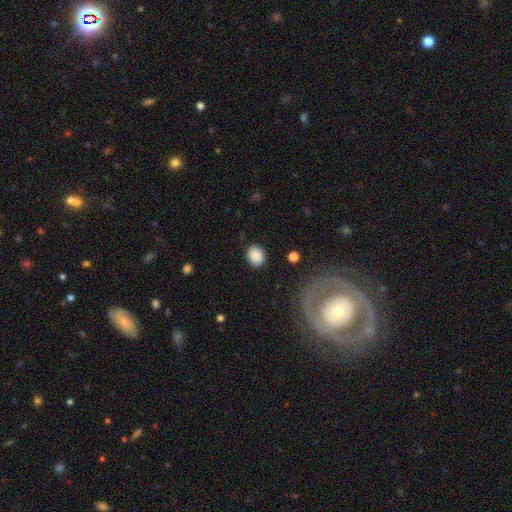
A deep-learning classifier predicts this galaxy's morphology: This appears to be a smooth galaxy with no disk features (88%) that is round (54%). Merging: none (86%).